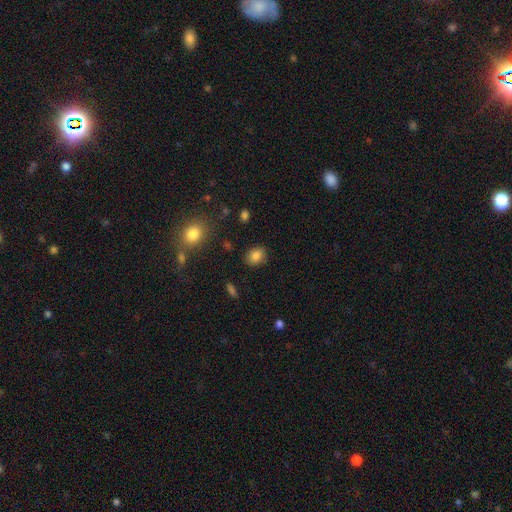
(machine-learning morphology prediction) type=smooth (84%); roundness=in between (51%); merging=none (86%).